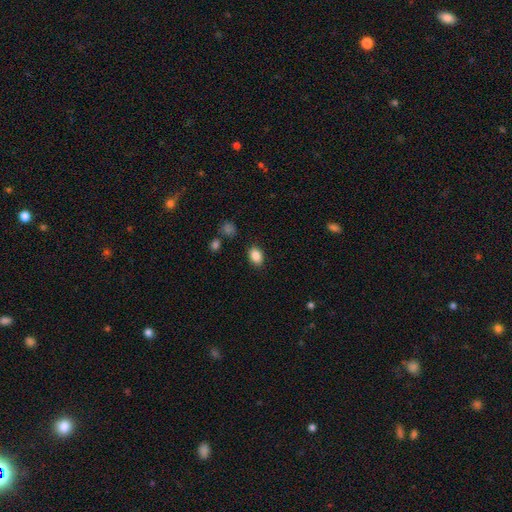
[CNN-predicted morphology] Smooth or featured? smooth (86%)
How rounded? in between (80%)
Merging? none (86%)